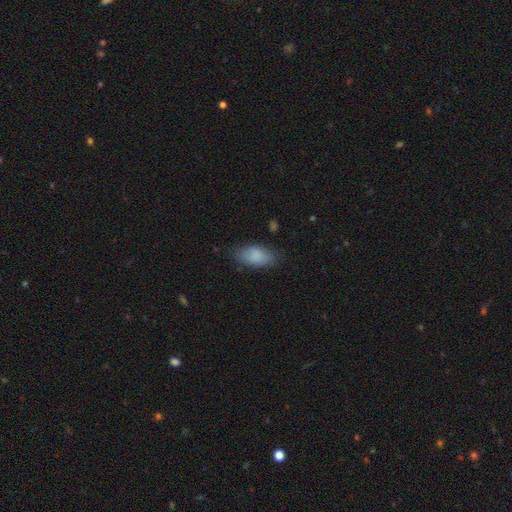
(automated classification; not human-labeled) Smooth or featured?
  - smooth: 86% *
  - star or artifact: 7%
  - featured or disk: 7%
How rounded?
  - in between: 91% *
  - cigar-shaped: 5%
  - round: 4%
Merging?
  - none: 78% *
  - minor disturbance: 16%
  - major disturbance: 4%
  - merger: 1%